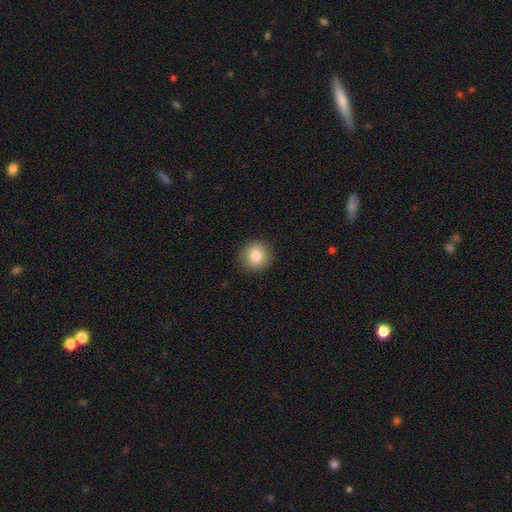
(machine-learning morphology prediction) Overall: smooth (82%). How rounded: round (92%). Merging: none (91%).